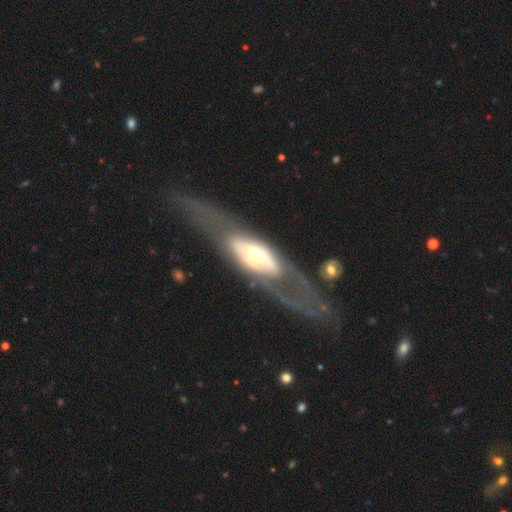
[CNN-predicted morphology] Smooth or featured?
  - featured or disk: 70% *
  - smooth: 24%
  - star or artifact: 6%
Edge-on disk?
  - no: 70% *
  - yes: 30%
Merging?
  - none: 52% *
  - major disturbance: 28%
  - minor disturbance: 17%
  - merger: 4%